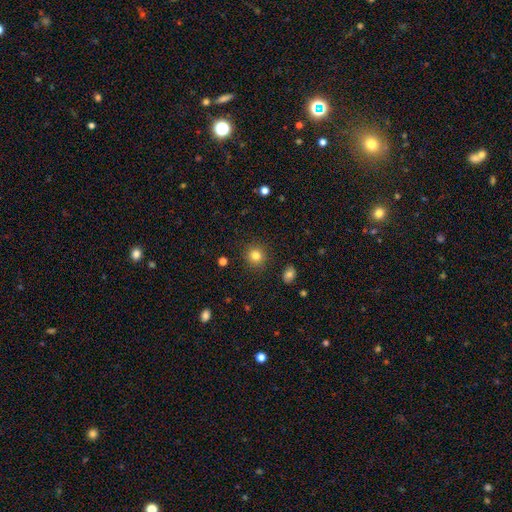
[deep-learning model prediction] This appears to be a smooth galaxy with no disk features (82%) that is round (91%). Merging: none (90%).